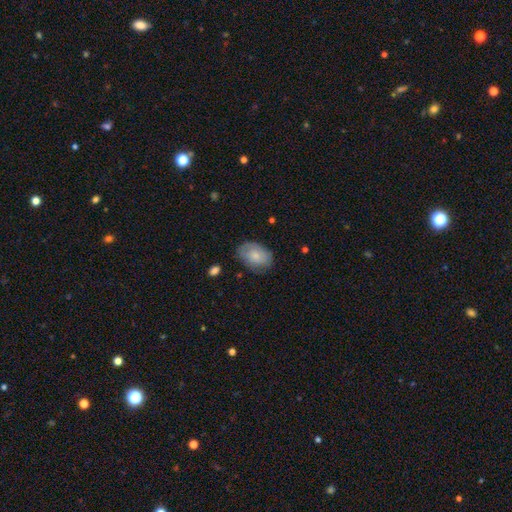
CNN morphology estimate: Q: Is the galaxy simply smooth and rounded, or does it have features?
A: smooth — 73%.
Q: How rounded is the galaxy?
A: in between — 83%.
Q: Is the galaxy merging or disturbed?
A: none — 71%.